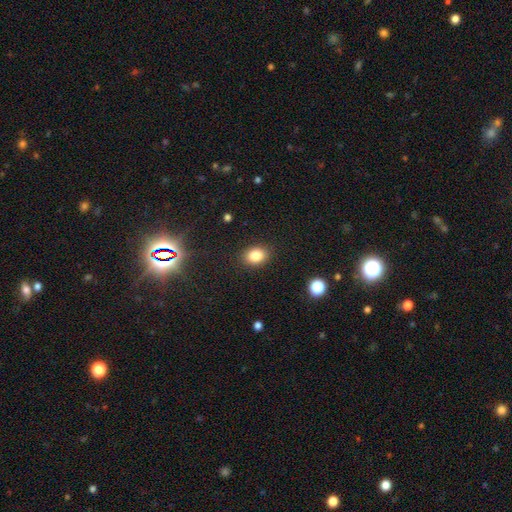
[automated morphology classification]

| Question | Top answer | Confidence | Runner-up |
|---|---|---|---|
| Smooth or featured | smooth | 84% | star or artifact (10%) |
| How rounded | in between | 64% | round (35%) |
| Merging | none | 87% | minor disturbance (9%) |